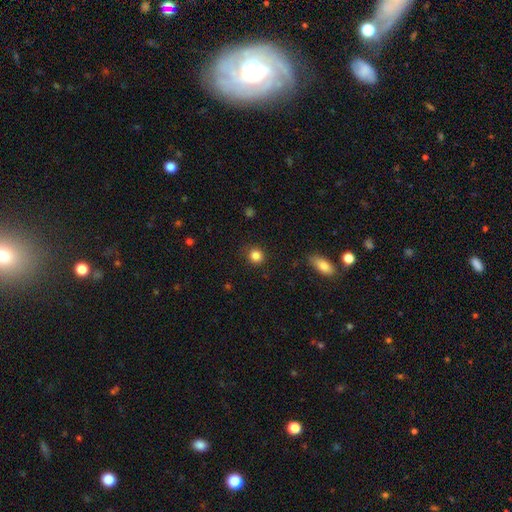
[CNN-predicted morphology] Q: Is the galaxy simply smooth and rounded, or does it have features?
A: smooth — 85%.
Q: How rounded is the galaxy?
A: round — 89%.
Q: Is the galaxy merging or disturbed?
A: none — 87%.